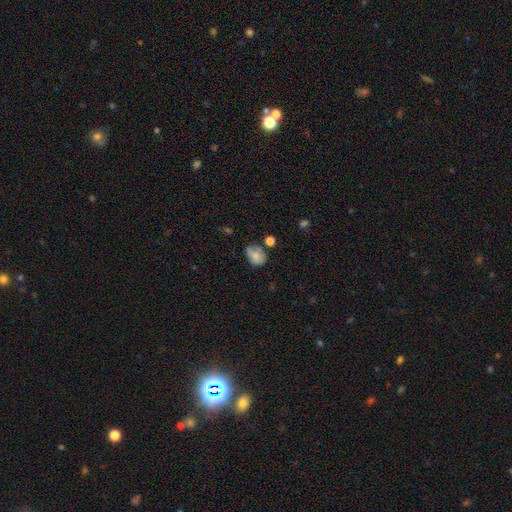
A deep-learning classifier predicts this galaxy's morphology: Smooth or featured? Predicted: smooth (p=0.70). How rounded? Predicted: in between (p=0.61). Merging? Predicted: none (p=0.52).